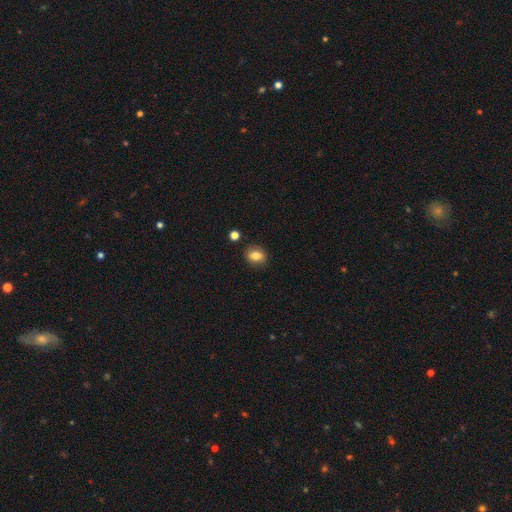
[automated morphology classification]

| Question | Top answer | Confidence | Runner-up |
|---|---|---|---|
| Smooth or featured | smooth | 80% | star or artifact (10%) |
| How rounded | round | 50% | in between (49%) |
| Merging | none | 85% | minor disturbance (10%) |